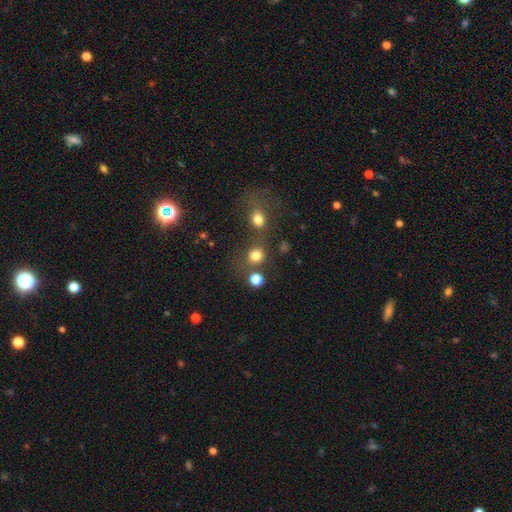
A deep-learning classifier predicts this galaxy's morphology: Q: Smooth or featured?
A: smooth (78%); runner-up: star or artifact (15%)
Q: How rounded?
A: round (85%); runner-up: in between (14%)
Q: Merging?
A: none (63%); runner-up: merger (22%)